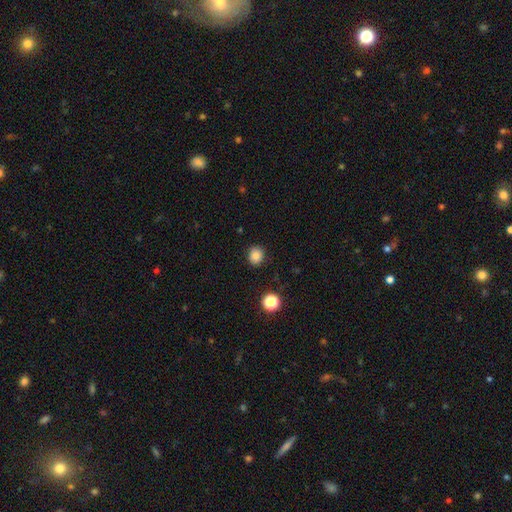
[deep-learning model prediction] Smooth or featured: smooth — 83% (star or artifact — 12%)
How rounded: round — 79% (in between — 20%)
Merging: none — 86% (minor disturbance — 10%)